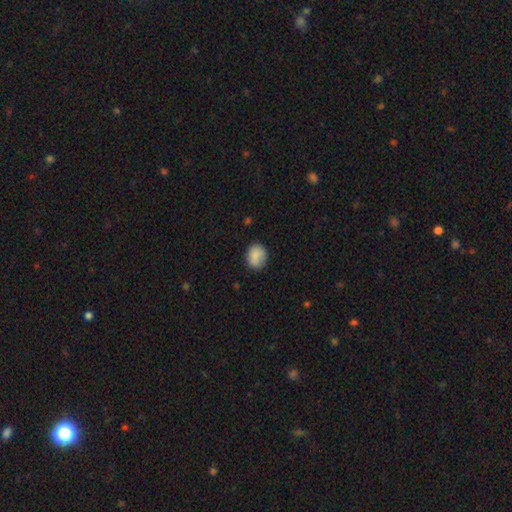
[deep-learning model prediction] This appears to be a smooth galaxy with no disk features (86%) that is round (60%). Merging: none (80%).